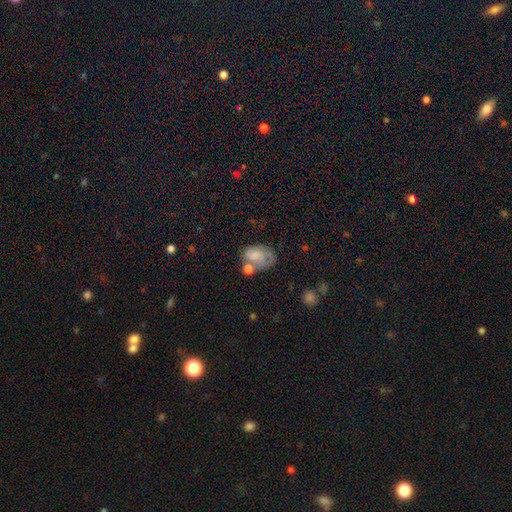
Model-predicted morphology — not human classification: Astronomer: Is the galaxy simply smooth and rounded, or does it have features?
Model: smooth — 61%.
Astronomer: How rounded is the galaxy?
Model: in between — 77%.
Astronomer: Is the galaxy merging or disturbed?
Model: none — 34% (runner-up: merger, 25%).